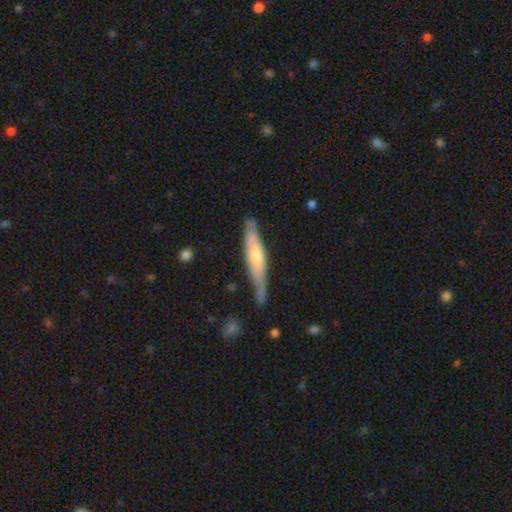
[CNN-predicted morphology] A featured or disk galaxy (52%) viewed edge-on (76%).

Vote fractions:
- Smooth or featured? featured or disk: 52% / smooth: 43% / star or artifact: 5%
- Edge-on disk? yes: 76% / no: 24%
- Merging? none: 69% / minor disturbance: 23% / major disturbance: 5% / merger: 3%